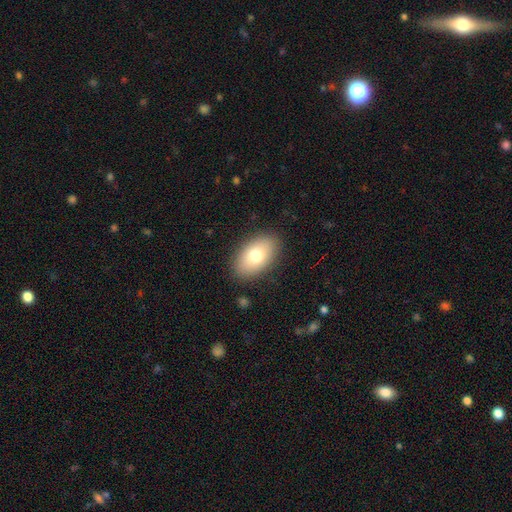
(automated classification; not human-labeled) Smooth or featured: smooth — 76% (featured or disk — 16%)
How rounded: in between — 93% (round — 6%)
Merging: none — 87% (minor disturbance — 9%)